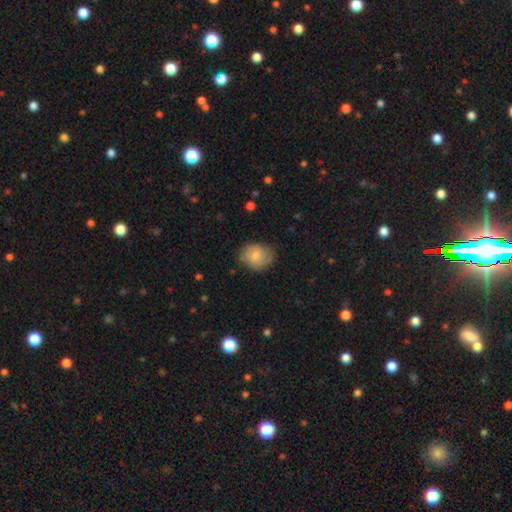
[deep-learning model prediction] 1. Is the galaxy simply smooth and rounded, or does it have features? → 72% smooth, 21% featured or disk, 7% star or artifact.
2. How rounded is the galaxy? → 64% round, 35% in between, 1% cigar-shaped.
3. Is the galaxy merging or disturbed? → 69% none, 24% minor disturbance, 6% major disturbance, 1% merger.